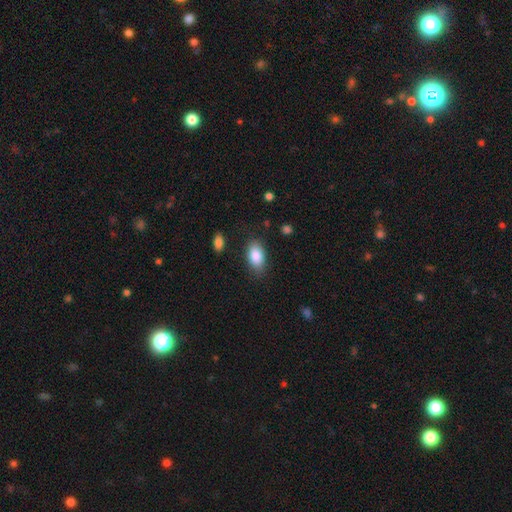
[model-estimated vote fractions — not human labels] Smooth or featured? Predicted: smooth (p=0.87). How rounded? Predicted: in between (p=0.92). Merging? Predicted: none (p=0.81).